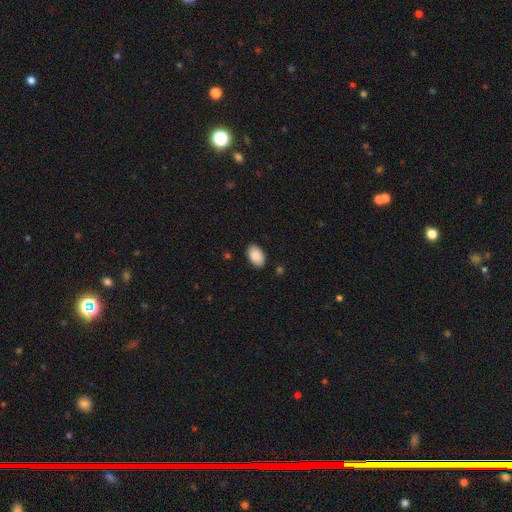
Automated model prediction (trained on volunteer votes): Smooth or featured?
  - smooth: 90% *
  - star or artifact: 6%
  - featured or disk: 4%
How rounded?
  - in between: 92% *
  - round: 7%
  - cigar-shaped: 1%
Merging?
  - none: 88% *
  - minor disturbance: 9%
  - major disturbance: 2%
  - merger: 1%